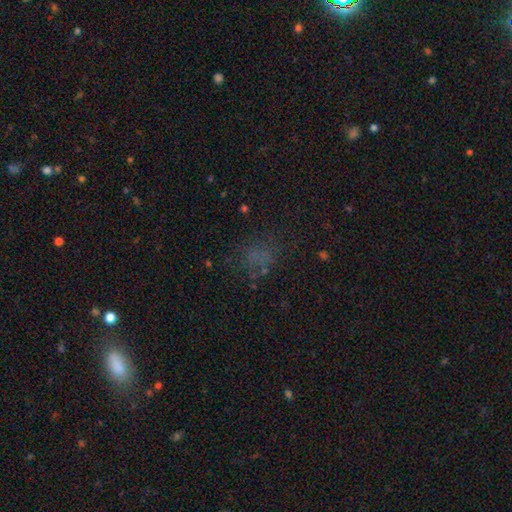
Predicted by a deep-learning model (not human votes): A smooth galaxy with no disk features (51%) that is round (52%).

Vote fractions:
- Smooth or featured? smooth: 51% / star or artifact: 33% / featured or disk: 16%
- How rounded? round: 52% / in between: 46% / cigar-shaped: 2%
- Merging? none: 63% / minor disturbance: 17% / major disturbance: 16% / merger: 4%